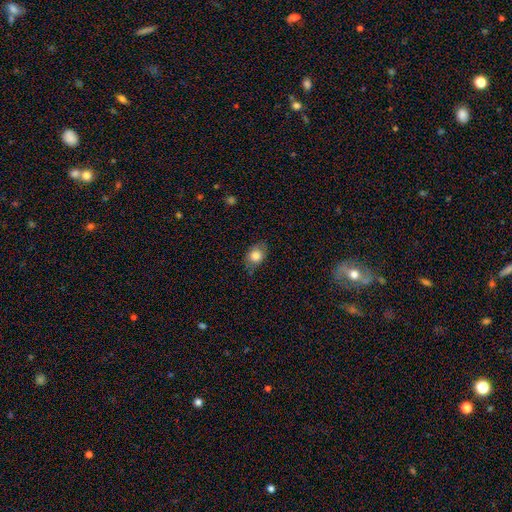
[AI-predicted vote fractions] This appears to be a smooth galaxy with no disk features (82%) that is in between round and cigar-shaped (65%). Merging: none (74%).